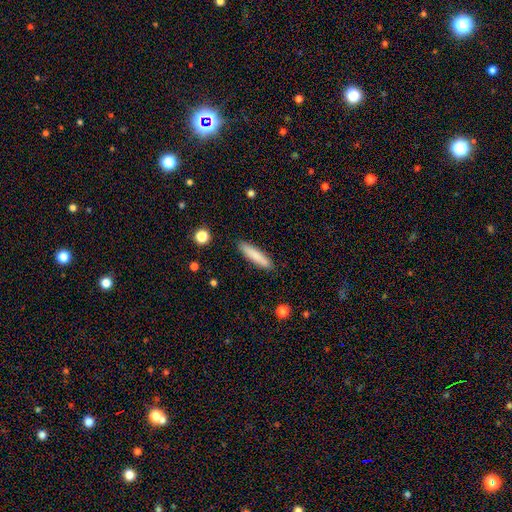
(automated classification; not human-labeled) Morphology: type=smooth (83%); roundness=cigar-shaped (85%); merging=none (90%).